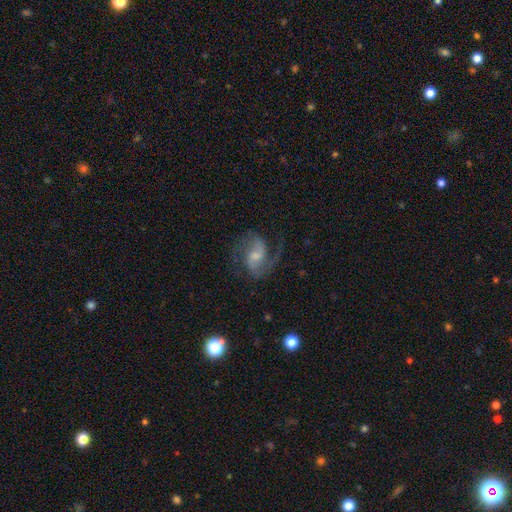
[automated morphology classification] This appears to be a featured or disk galaxy (84%) with a weak bar (49%), 2 (84%) medium (52%) spiral arms (96%) and a small central bulge (49%). Merging: none (65%).